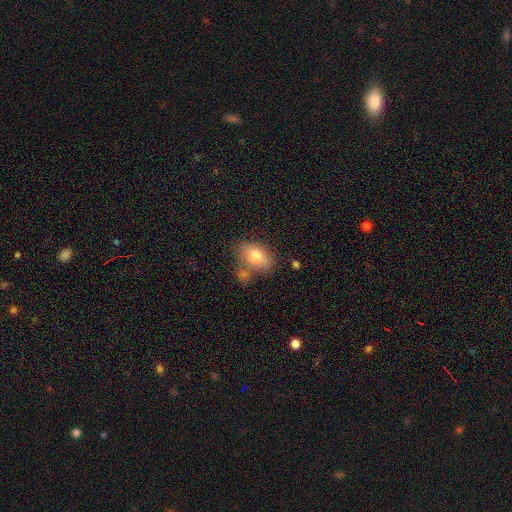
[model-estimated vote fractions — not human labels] Q: Smooth or featured?
A: smooth (77%); runner-up: featured or disk (15%)
Q: How rounded?
A: in between (87%); runner-up: round (11%)
Q: Merging?
A: none (57%); runner-up: minor disturbance (19%)